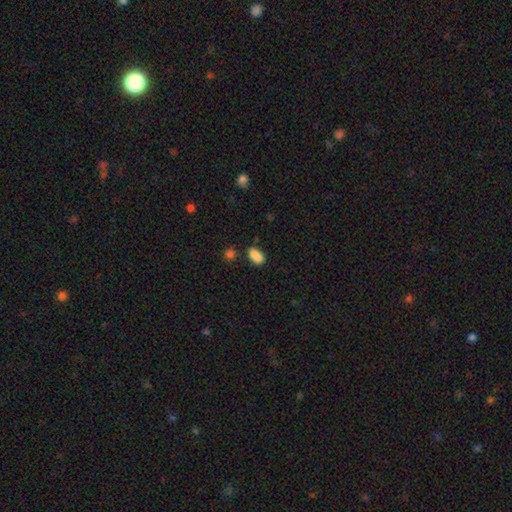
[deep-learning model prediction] Smooth or featured?
  - smooth: 82% *
  - star or artifact: 11%
  - featured or disk: 8%
How rounded?
  - in between: 83% *
  - round: 13%
  - cigar-shaped: 4%
Merging?
  - none: 50% *
  - merger: 28%
  - minor disturbance: 17%
  - major disturbance: 5%